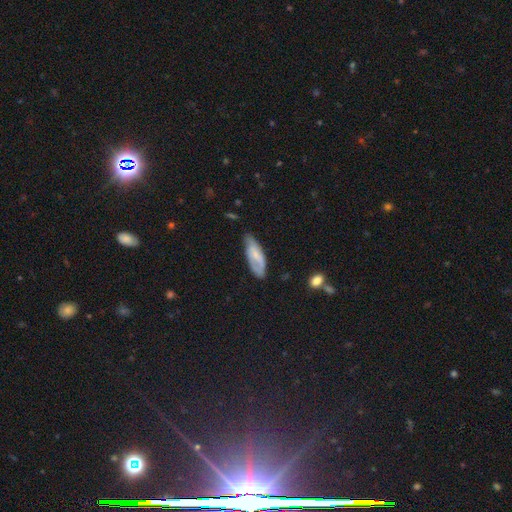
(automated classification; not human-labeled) A smooth galaxy with no disk features (54%) that is in between round and cigar-shaped (68%). Merging: none (57%).